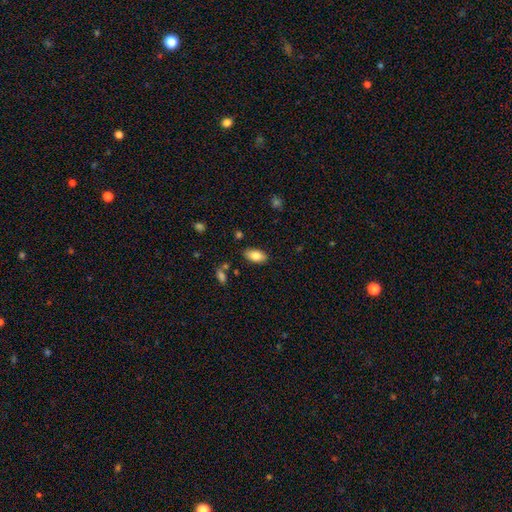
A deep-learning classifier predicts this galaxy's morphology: A smooth galaxy with no disk features (82%) that is in between round and cigar-shaped (93%). Merging: none (84%).